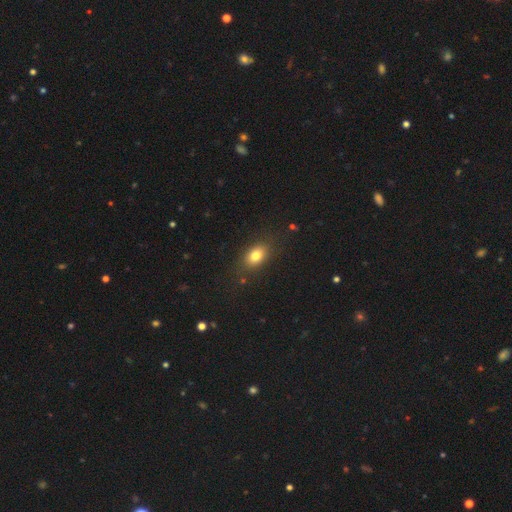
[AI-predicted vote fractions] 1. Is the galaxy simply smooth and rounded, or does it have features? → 80% smooth, 11% star or artifact, 10% featured or disk.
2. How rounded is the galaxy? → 76% in between, 22% round, 2% cigar-shaped.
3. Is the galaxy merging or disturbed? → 83% none, 12% minor disturbance, 4% major disturbance, 1% merger.